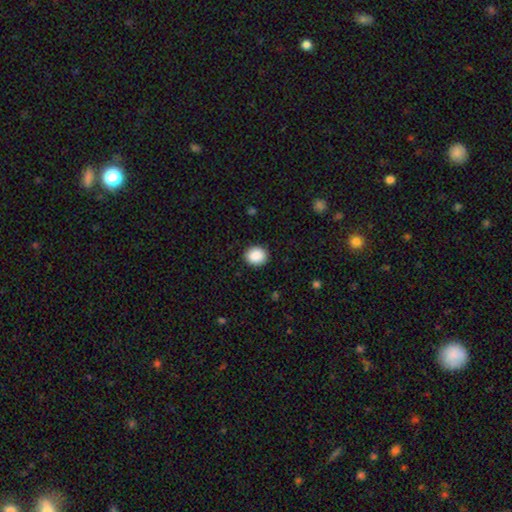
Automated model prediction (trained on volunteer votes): Overall: smooth (89%). How rounded: round (68%; in between 31%). Merging: none (90%).